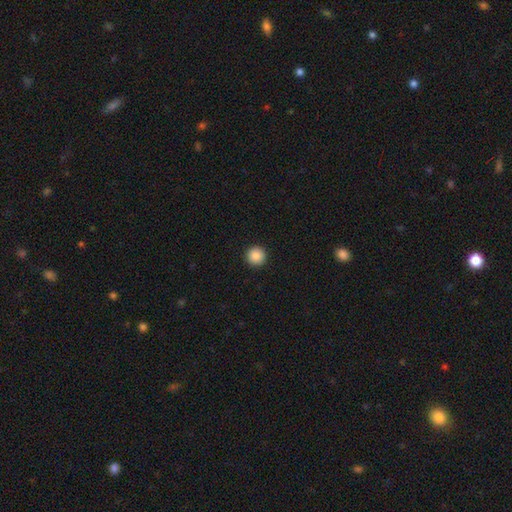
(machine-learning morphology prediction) Smooth or featured? smooth (87%)
How rounded? round (96%)
Merging? none (94%)